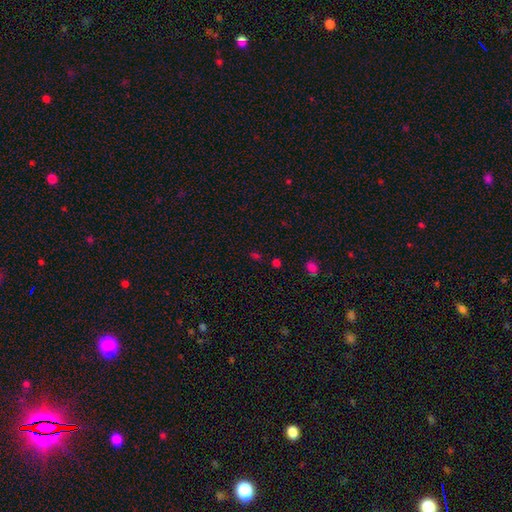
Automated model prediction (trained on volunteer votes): smooth 48%, star or artifact 45%, featured or disk 7%. Down the decision tree: merging — none (73%).